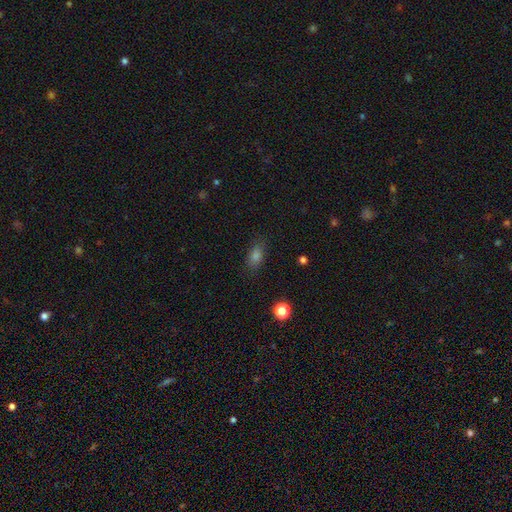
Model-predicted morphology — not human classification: Overall: smooth (74%). How rounded: in between (81%). Merging: none (84%).